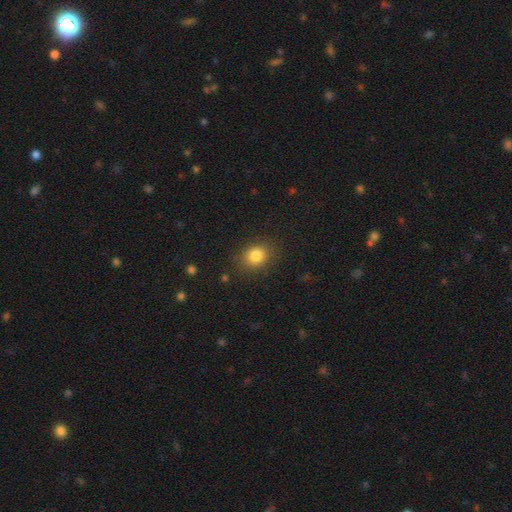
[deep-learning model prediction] The model was most divided on "how rounded": round: 54%, in between: 45%, cigar-shaped: 1%. More confident: merging — none (84%); smooth or featured — smooth (83%).